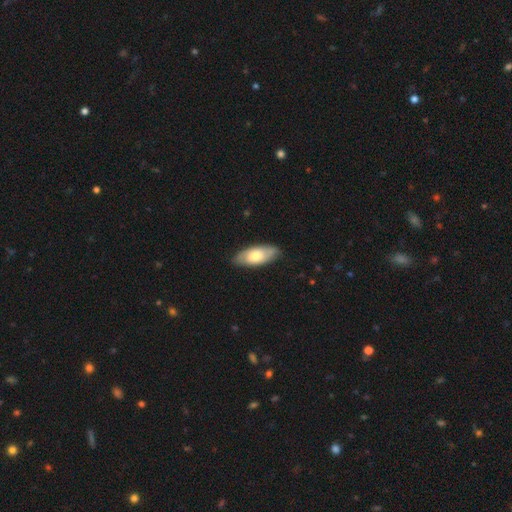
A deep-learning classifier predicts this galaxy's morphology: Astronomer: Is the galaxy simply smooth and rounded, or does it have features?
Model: smooth — 60%.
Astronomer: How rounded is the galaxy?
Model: in between — 87%.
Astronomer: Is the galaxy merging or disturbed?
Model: none — 83%.